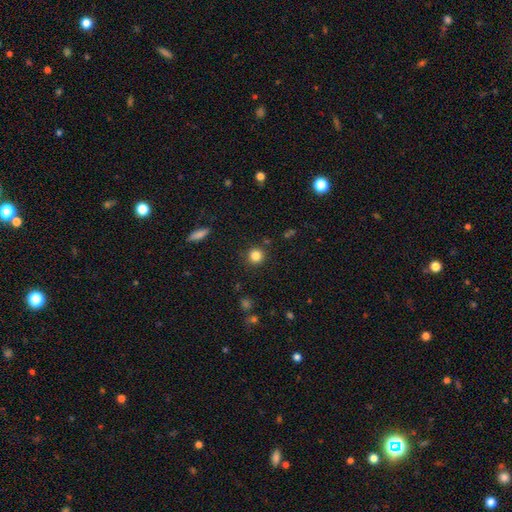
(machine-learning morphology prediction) This appears to be a smooth galaxy with no disk features (83%) that is round (93%). Merging: none (89%).